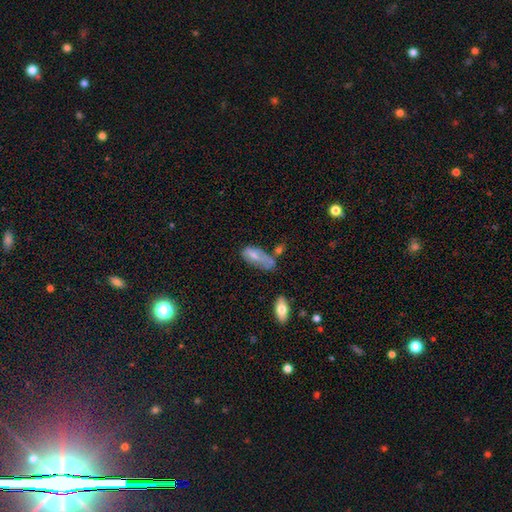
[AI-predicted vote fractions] Overall: smooth (64%; featured or disk 27%). How rounded: in between (81%). Merging: minor disturbance (32%; none 30%).